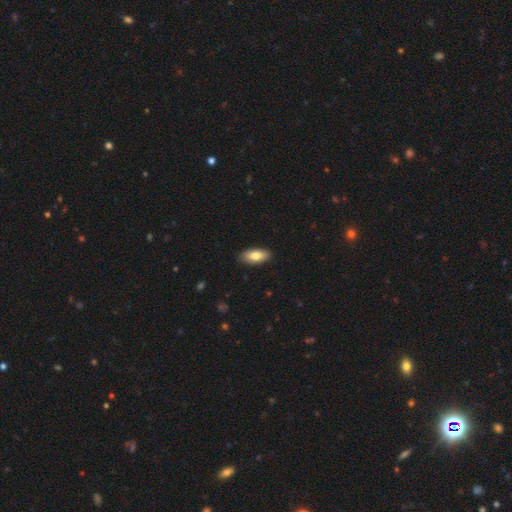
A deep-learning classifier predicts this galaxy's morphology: Overall: smooth (80%). How rounded: in between (85%). Merging: none (89%).